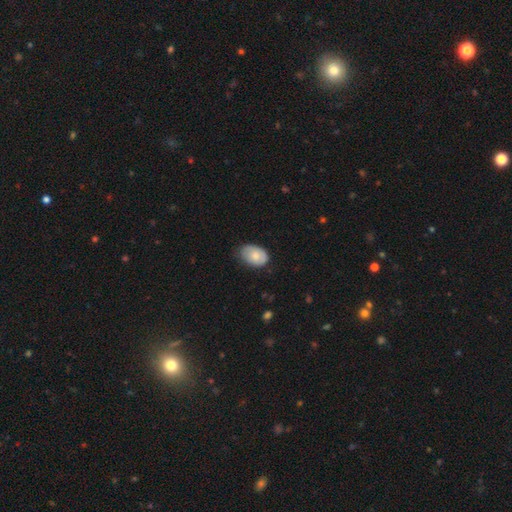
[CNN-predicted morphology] Smooth or featured? smooth (75%)
How rounded? in between (86%)
Merging? none (67%)